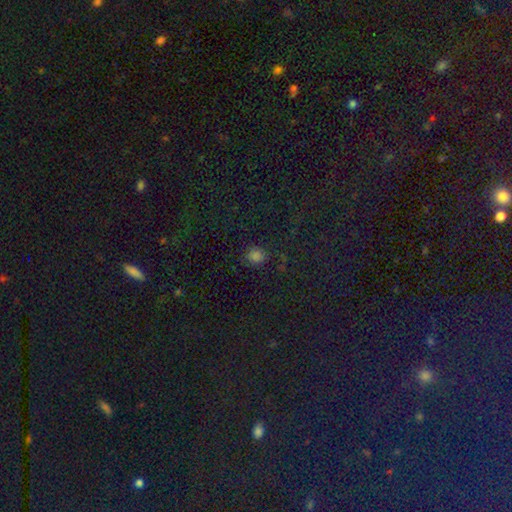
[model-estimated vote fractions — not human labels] Q: Smooth or featured?
A: smooth (75%); runner-up: star or artifact (21%)
Q: How rounded?
A: round (79%); runner-up: in between (20%)
Q: Merging?
A: none (82%); runner-up: minor disturbance (12%)